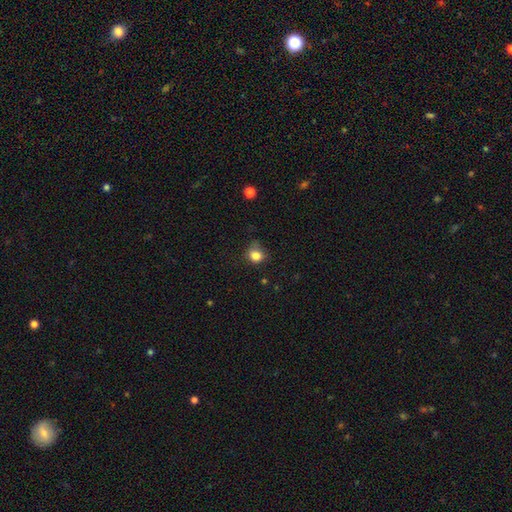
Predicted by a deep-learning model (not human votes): The model was most divided on "merging": none: 57%, minor disturbance: 31%, major disturbance: 10%, merger: 3%. More confident: smooth or featured — smooth (82%); how rounded — round (73%).